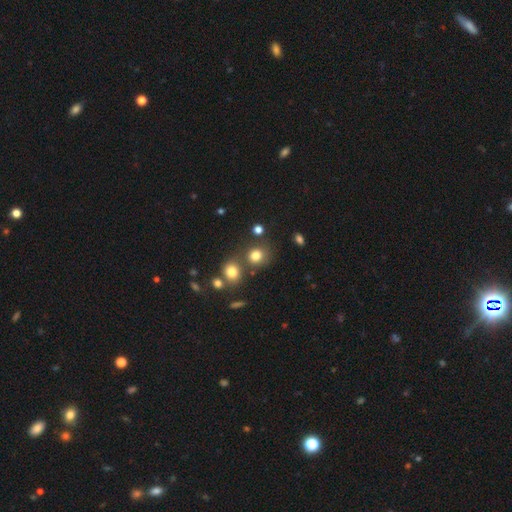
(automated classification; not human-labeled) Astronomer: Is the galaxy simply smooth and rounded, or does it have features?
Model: smooth — 77%.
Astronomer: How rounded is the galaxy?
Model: round — 81%.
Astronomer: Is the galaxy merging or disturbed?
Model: none — 65%.